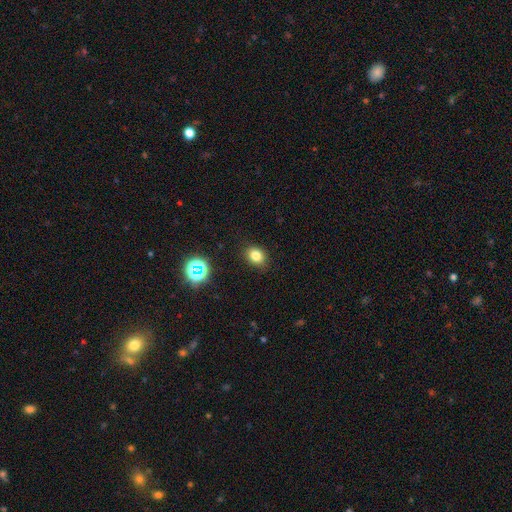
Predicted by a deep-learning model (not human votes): Q: Smooth or featured?
A: smooth (79%); runner-up: star or artifact (15%)
Q: How rounded?
A: in between (56%); runner-up: round (43%)
Q: Merging?
A: none (87%); runner-up: minor disturbance (9%)